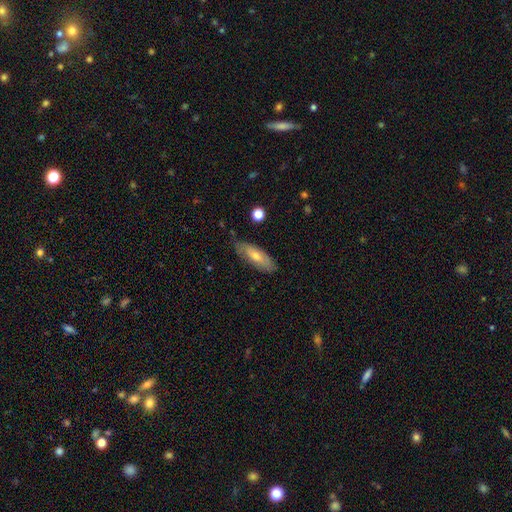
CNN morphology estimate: Smooth or featured? smooth (54%)
How rounded? in between (58%)
Merging? none (77%)